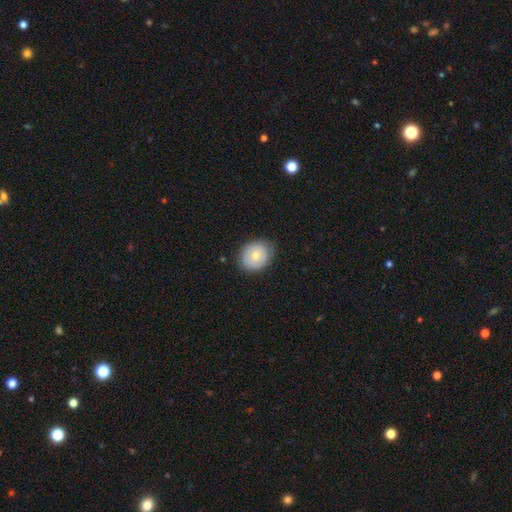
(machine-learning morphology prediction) smooth_or_featured: smooth (p=0.69) [alt: featured or disk p=0.23]
how_rounded: round (p=0.62) [alt: in between p=0.37]
merging: none (p=0.81) [alt: minor disturbance p=0.15]